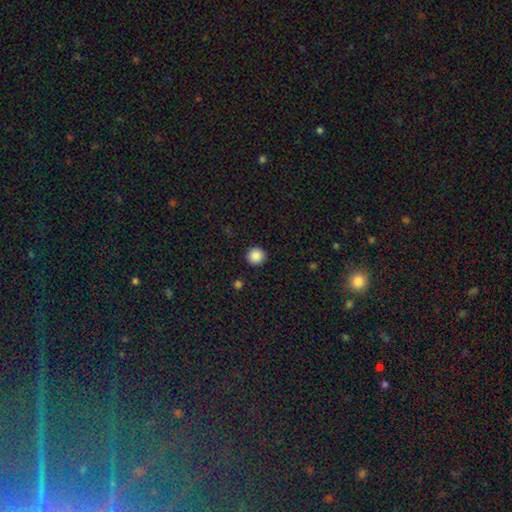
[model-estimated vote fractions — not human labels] Smooth or featured? Predicted: smooth (p=0.88). How rounded? Predicted: round (p=0.95). Merging? Predicted: none (p=0.92).